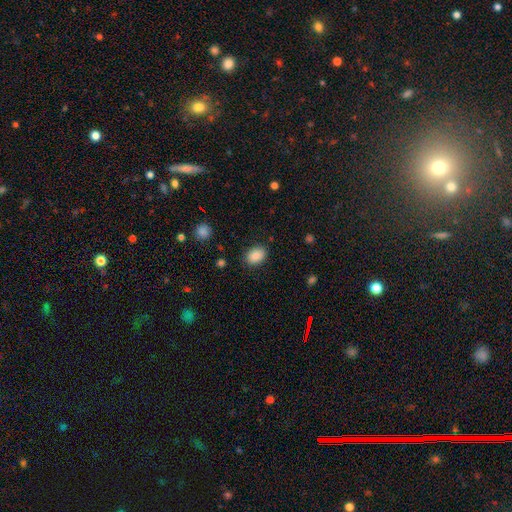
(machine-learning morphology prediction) Smooth or featured? smooth (86%)
How rounded? in between (70%)
Merging? none (86%)